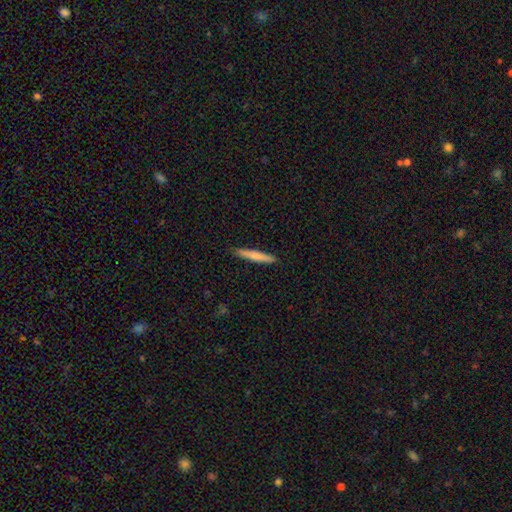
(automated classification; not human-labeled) Smooth or featured: smooth — 73% (featured or disk — 22%)
How rounded: cigar-shaped — 95% (in between — 4%)
Merging: none — 90% (minor disturbance — 7%)